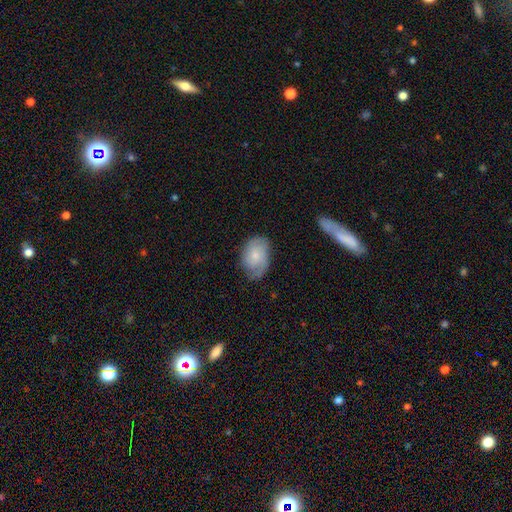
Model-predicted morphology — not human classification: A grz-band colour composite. It shows a smooth galaxy with no disk features (56%) that is in between round and cigar-shaped (84%). Merging: none (60%).